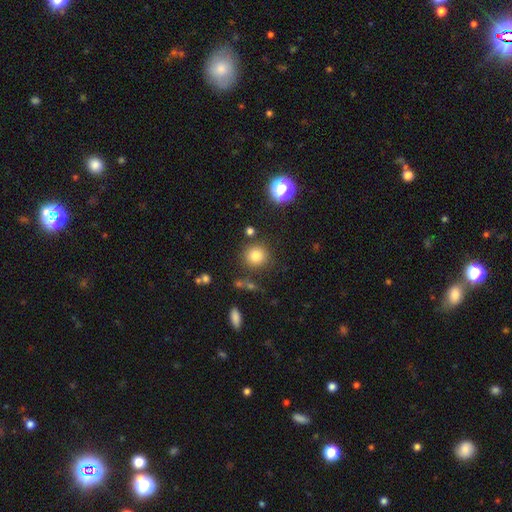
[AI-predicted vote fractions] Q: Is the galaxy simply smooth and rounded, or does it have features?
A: smooth — 81%.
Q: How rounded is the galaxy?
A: round — 91%.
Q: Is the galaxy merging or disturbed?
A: none — 82%.